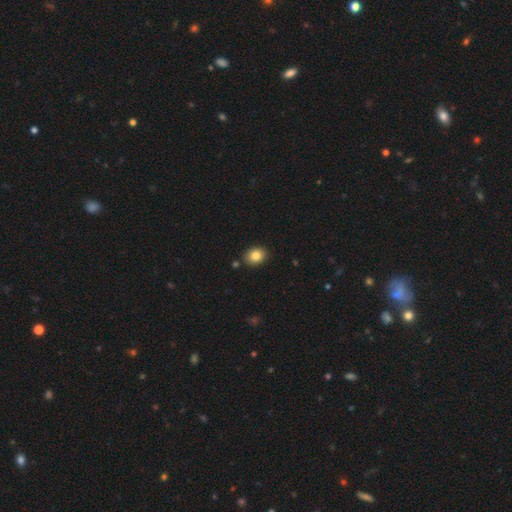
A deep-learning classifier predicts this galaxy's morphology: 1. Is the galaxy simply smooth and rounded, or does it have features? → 84% smooth, 9% star or artifact, 7% featured or disk.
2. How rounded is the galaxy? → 56% in between, 43% round, 1% cigar-shaped.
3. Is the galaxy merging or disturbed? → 85% none, 10% minor disturbance, 3% merger, 2% major disturbance.